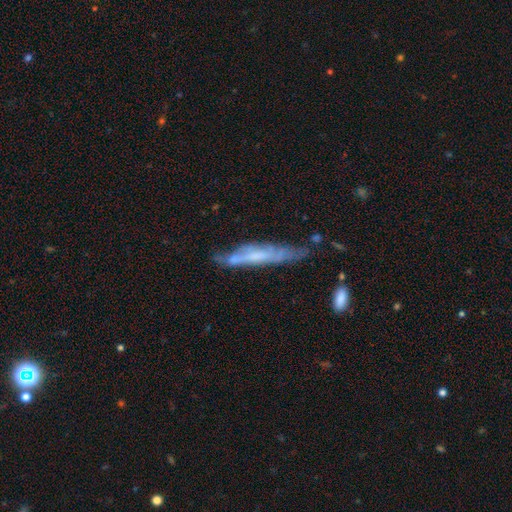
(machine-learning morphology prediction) The model was most divided on "merging": none: 53%, minor disturbance: 30%, major disturbance: 12%, merger: 6%. More confident: edge-on disk — yes (70%); smooth or featured — featured or disk (58%).